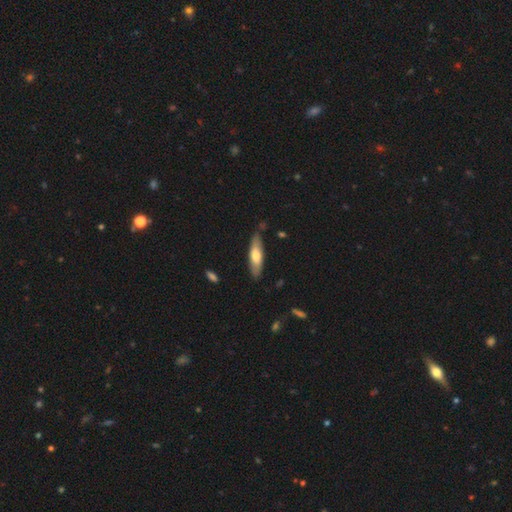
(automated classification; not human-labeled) smooth 59%, featured or disk 36%, star or artifact 5%. Down the decision tree: how rounded — cigar-shaped (63%); merging — none (81%).